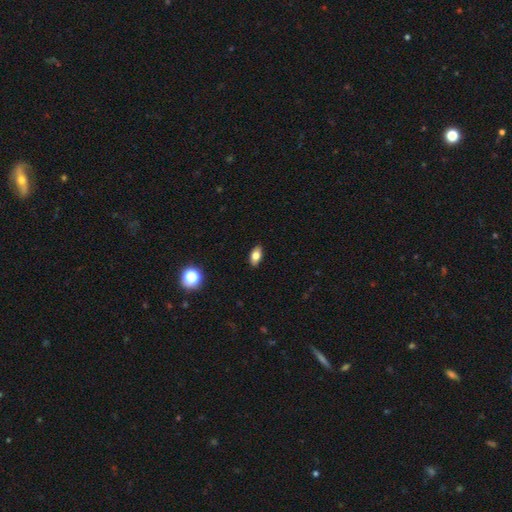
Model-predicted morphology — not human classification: A smooth galaxy with no disk features (77%) that is in between round and cigar-shaped (89%).

Vote fractions:
- Smooth or featured? smooth: 77% / featured or disk: 14% / star or artifact: 9%
- How rounded? in between: 89% / round: 6% / cigar-shaped: 5%
- Merging? none: 88% / minor disturbance: 9% / major disturbance: 2% / merger: 1%